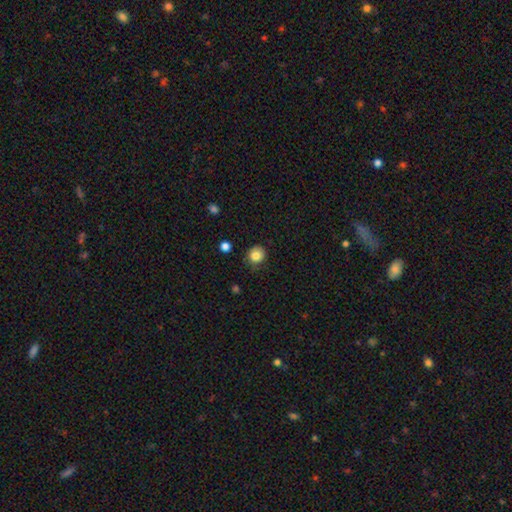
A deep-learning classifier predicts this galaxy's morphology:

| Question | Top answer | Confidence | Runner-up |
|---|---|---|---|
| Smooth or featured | smooth | 83% | star or artifact (11%) |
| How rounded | round | 88% | in between (11%) |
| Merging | none | 81% | minor disturbance (14%) |